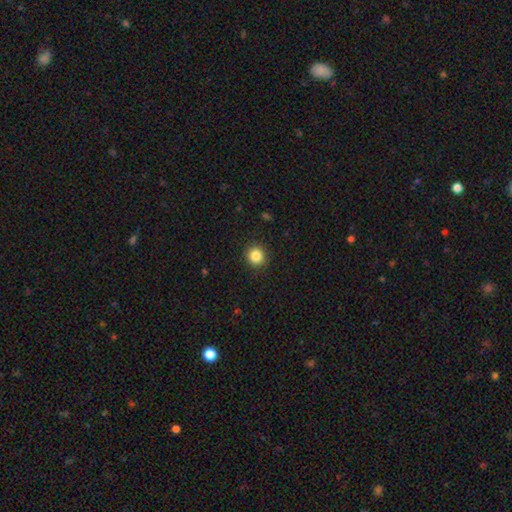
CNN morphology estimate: smooth-or-featured: smooth: 85% | star or artifact: 11% | featured or disk: 5%
  how-rounded: round: 90% | in between: 9% | cigar-shaped: 1%
  merging: none: 92% | minor disturbance: 6% | major disturbance: 2% | merger: 1%